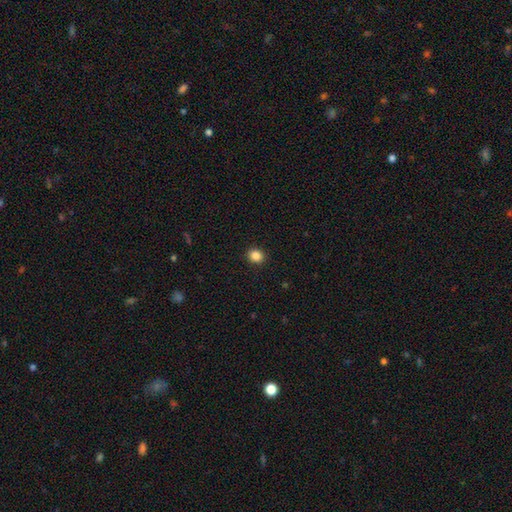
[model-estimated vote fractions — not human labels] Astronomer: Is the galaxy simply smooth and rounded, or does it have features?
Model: smooth — 87%.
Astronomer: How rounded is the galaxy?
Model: round — 67%.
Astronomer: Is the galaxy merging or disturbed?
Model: none — 92%.